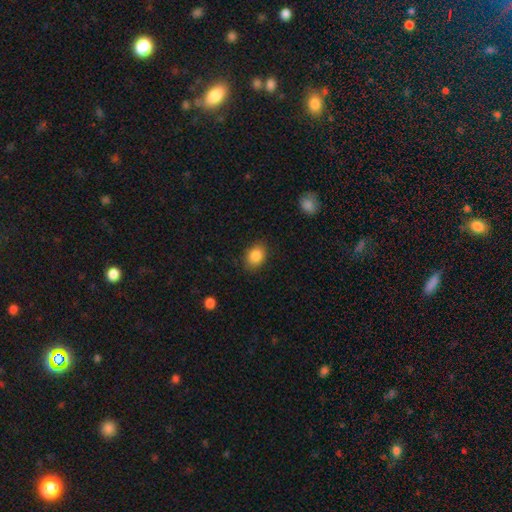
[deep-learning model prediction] smooth_or_featured: smooth (p=0.86) [alt: star or artifact p=0.08]
how_rounded: in between (p=0.67) [alt: round p=0.32]
merging: none (p=0.84) [alt: minor disturbance p=0.12]